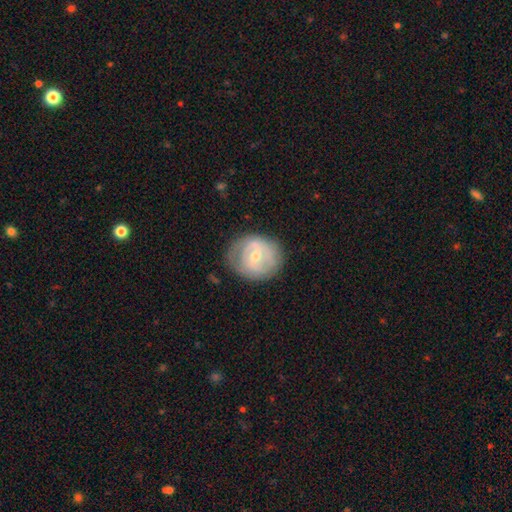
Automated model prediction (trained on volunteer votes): Smooth or featured: featured or disk — 63% (smooth — 31%)
Edge-on disk: no — 97% (yes — 3%)
Bar: weak — 46% (no — 38%)
Spiral arms: yes — 61% (no — 39%)
Bulge size: moderate — 56% (small — 40%)
Merging: none — 69% (minor disturbance — 22%)